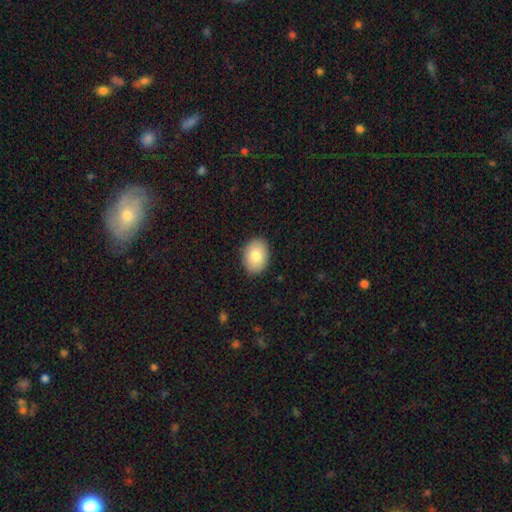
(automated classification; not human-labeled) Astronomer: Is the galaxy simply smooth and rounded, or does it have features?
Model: smooth — 82%.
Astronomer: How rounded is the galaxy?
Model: in between — 72%.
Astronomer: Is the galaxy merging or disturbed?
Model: none — 88%.